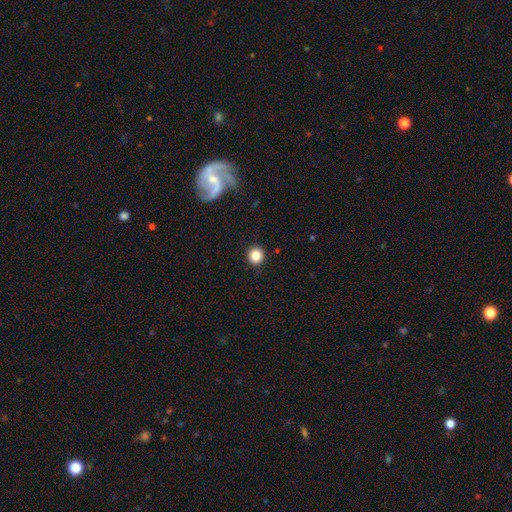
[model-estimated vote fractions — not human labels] A smooth galaxy with no disk features (85%) that is round (91%).

Vote fractions:
- Smooth or featured? smooth: 85% / star or artifact: 10% / featured or disk: 4%
- How rounded? round: 91% / in between: 8% / cigar-shaped: 1%
- Merging? none: 92% / minor disturbance: 5% / major disturbance: 2% / merger: 1%